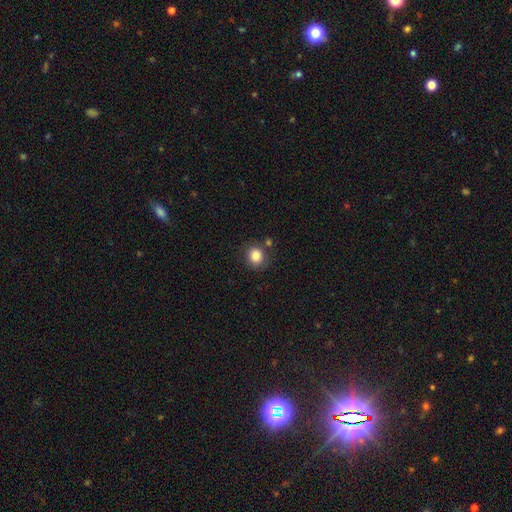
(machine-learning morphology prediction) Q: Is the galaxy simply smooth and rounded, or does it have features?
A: smooth — 83%.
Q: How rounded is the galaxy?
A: round — 84%.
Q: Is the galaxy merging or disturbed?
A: none — 79%.